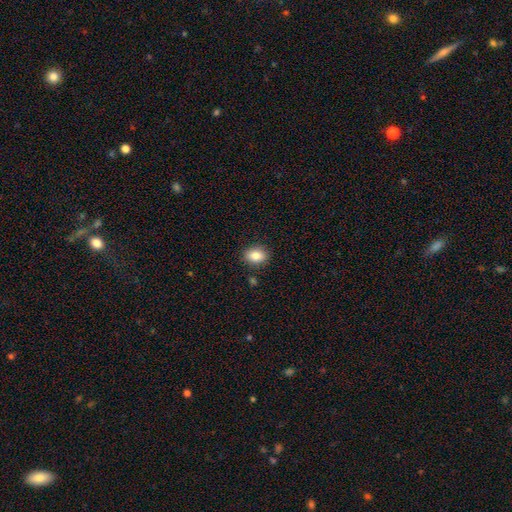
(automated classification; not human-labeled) This appears to be a smooth galaxy with no disk features (85%) that is in between round and cigar-shaped (65%). Merging: none (87%).